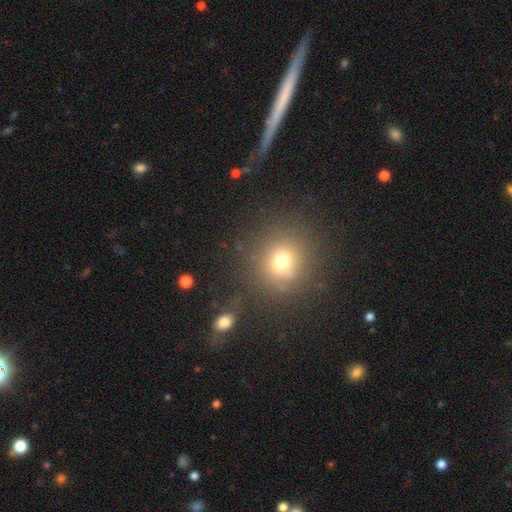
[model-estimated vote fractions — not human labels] smooth 59%, star or artifact 28%, featured or disk 13%. Down the decision tree: how rounded — round (92%); merging — none (87%).